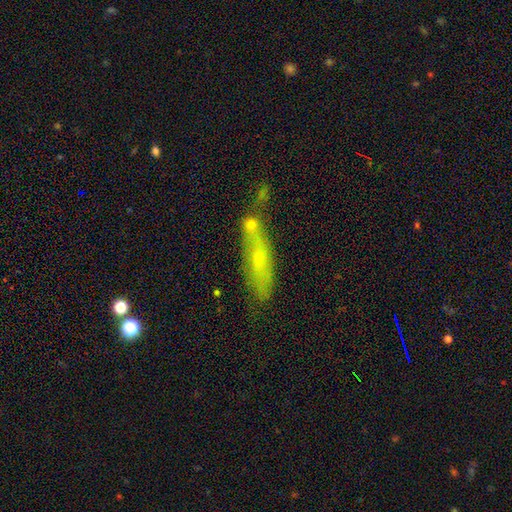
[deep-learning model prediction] This appears to be a smooth galaxy with no disk features (48%). Merging: none (53%).